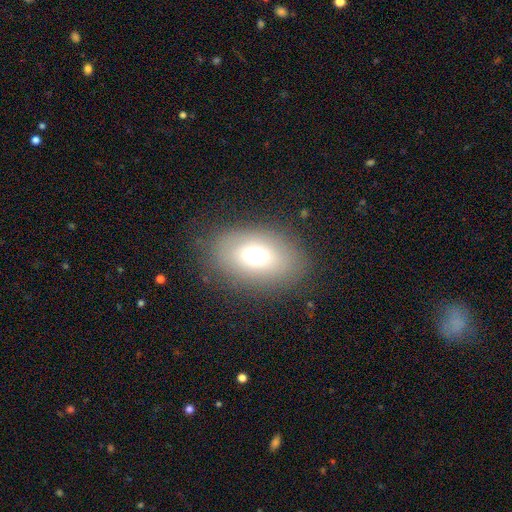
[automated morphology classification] smooth 68%, featured or disk 18%, star or artifact 14%. Down the decision tree: how rounded — in between (81%); merging — none (82%).